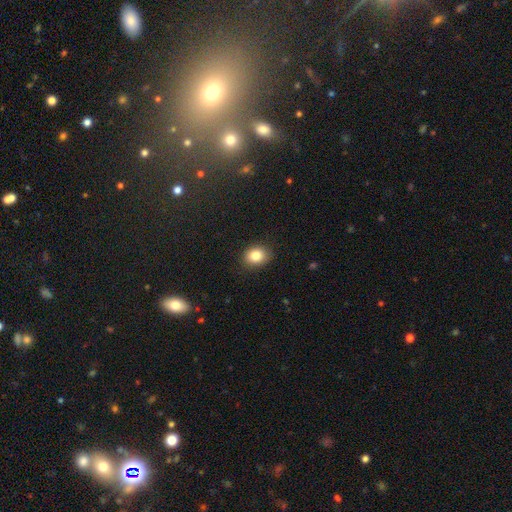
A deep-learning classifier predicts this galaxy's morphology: Smooth or featured: smooth — 84% (star or artifact — 10%)
How rounded: in between — 50% (round — 49%)
Merging: none — 88% (minor disturbance — 9%)